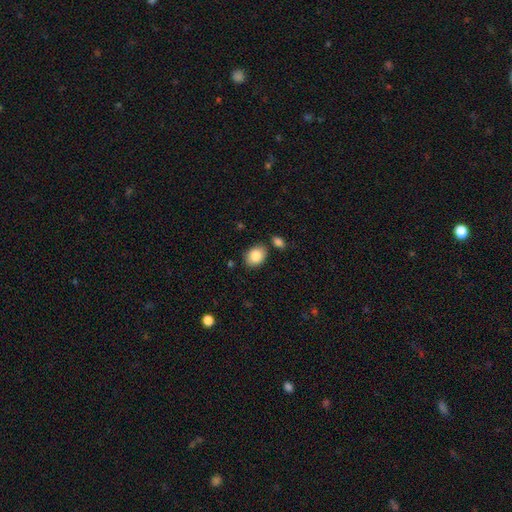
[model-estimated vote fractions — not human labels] smooth 87%, star or artifact 7%, featured or disk 6%. Down the decision tree: how rounded — in between (72%); merging — none (76%).